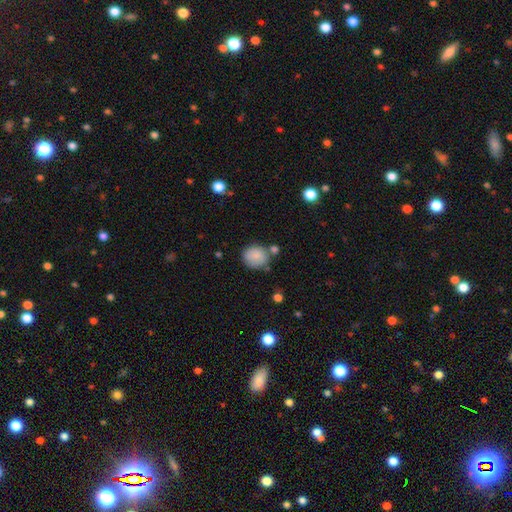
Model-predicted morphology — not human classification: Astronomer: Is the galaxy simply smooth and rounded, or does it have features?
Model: smooth — 85%.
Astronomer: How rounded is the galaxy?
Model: round — 82%.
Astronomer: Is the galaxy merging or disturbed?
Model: none — 65%.